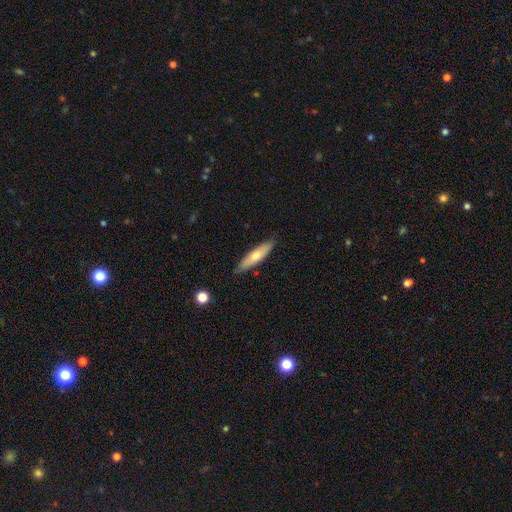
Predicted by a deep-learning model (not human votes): This is possibly a smooth galaxy (59%). How rounded: likely cigar-shaped (72%). Merging: clearly none (84%).